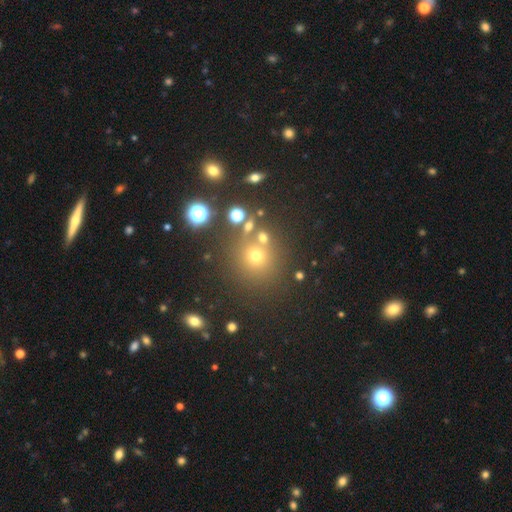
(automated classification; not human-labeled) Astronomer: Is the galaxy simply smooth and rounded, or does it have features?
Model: smooth — 67%.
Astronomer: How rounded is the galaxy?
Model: round — 89%.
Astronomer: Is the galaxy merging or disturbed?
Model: none — 71%.